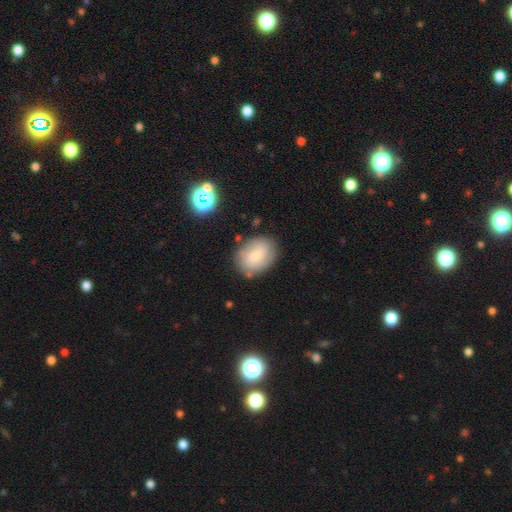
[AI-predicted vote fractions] Smooth or featured? Predicted: smooth (p=0.68). How rounded? Predicted: in between (p=0.65). Merging? Predicted: none (p=0.76).